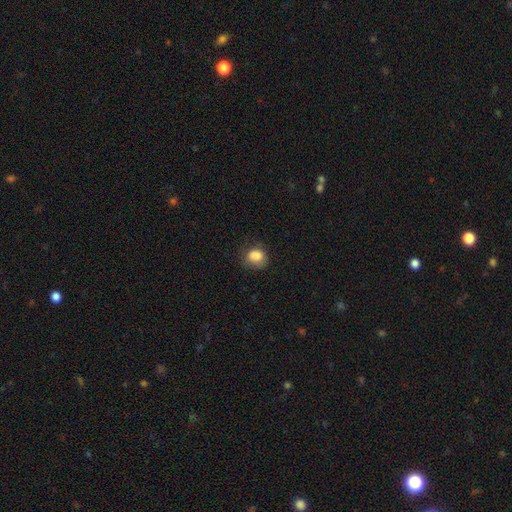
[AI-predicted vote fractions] Morphology: type=smooth (83%); roundness=round (61%); merging=none (60%).